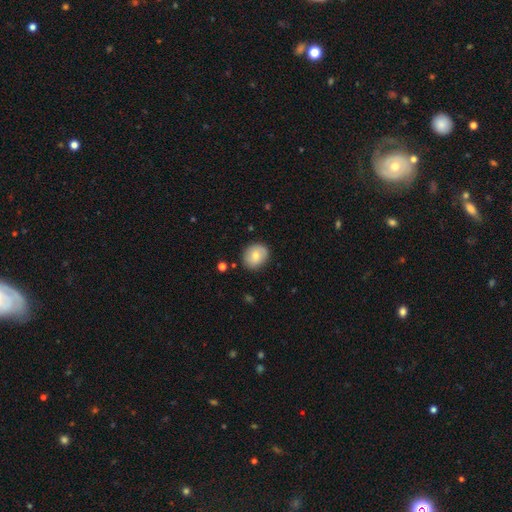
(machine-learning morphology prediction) A smooth galaxy with no disk features (75%) that is round (62%).

Vote fractions:
- Smooth or featured? smooth: 75% / featured or disk: 17% / star or artifact: 8%
- How rounded? round: 62% / in between: 37% / cigar-shaped: 1%
- Merging? none: 85% / minor disturbance: 11% / major disturbance: 2% / merger: 1%